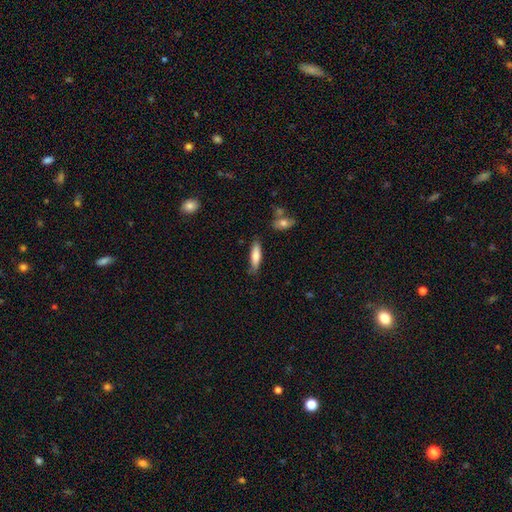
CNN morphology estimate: This is likely a smooth galaxy (76%). How rounded: likely cigar-shaped (65%). Merging: likely none (75%).